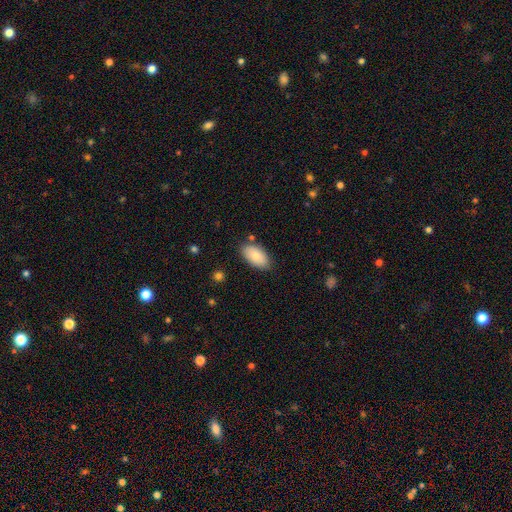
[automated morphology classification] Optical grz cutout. It shows a smooth galaxy with no disk features (81%) that is in between round and cigar-shaped (95%). Merging: none (82%).